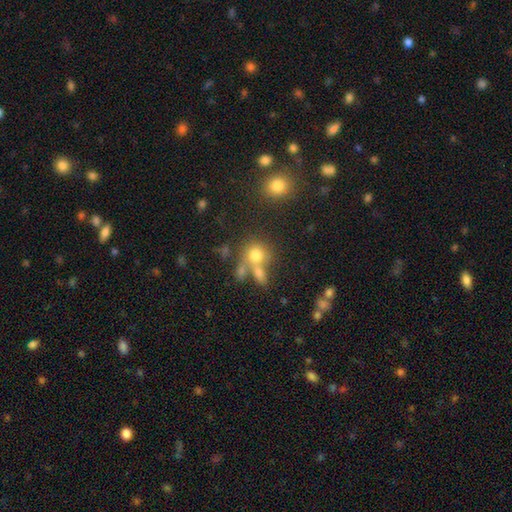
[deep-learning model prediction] Morphology: type=smooth (72%); roundness=round (77%); merging=none (45%).